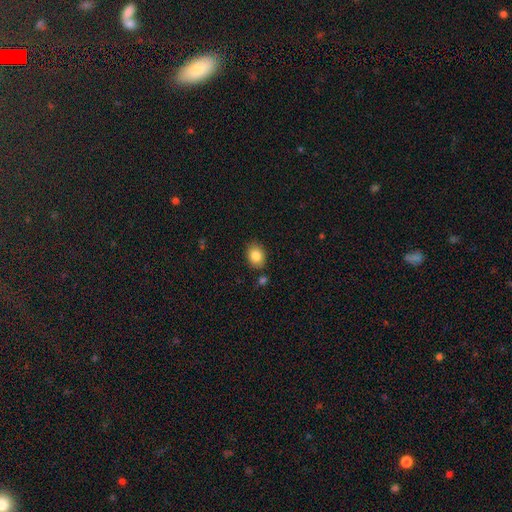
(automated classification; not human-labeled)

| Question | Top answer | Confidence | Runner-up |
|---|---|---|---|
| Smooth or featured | smooth | 84% | star or artifact (9%) |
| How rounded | in between | 63% | round (36%) |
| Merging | none | 83% | minor disturbance (11%) |